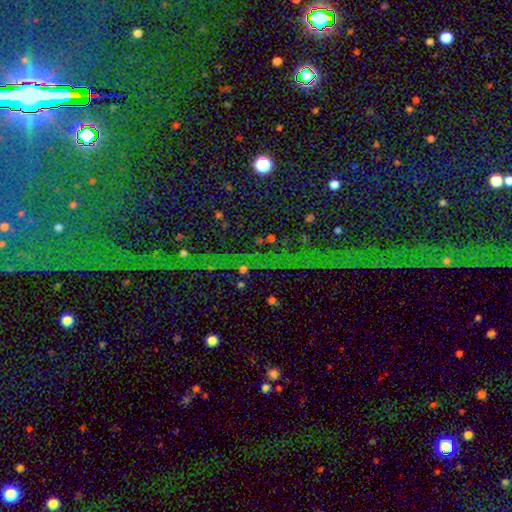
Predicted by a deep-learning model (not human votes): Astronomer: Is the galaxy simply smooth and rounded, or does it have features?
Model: star or artifact — 80%.